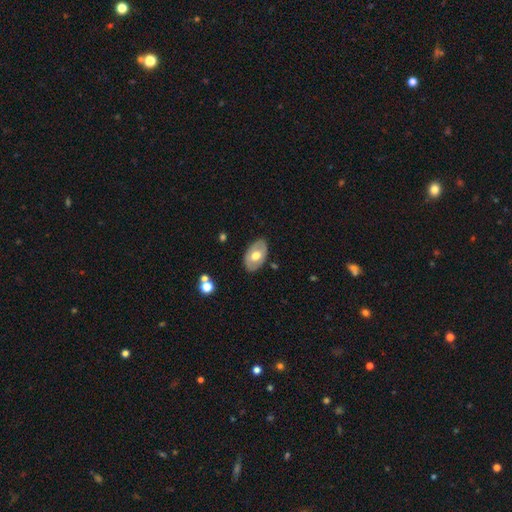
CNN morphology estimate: Smooth or featured? Predicted: smooth (p=0.49). Merging? Predicted: none (p=0.81).